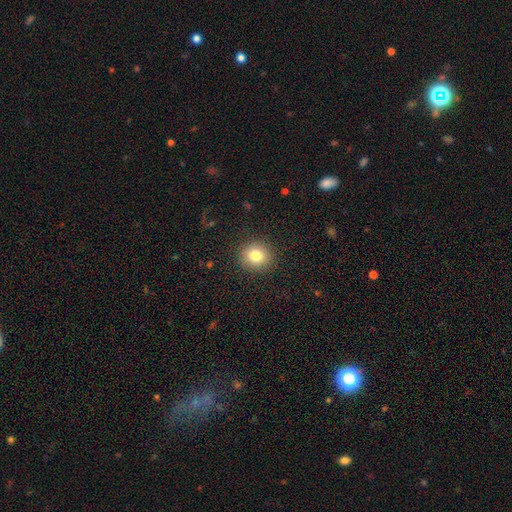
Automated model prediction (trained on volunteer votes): This is clearly a smooth galaxy (81%). How rounded: clearly round (87%). Merging: clearly none (90%).